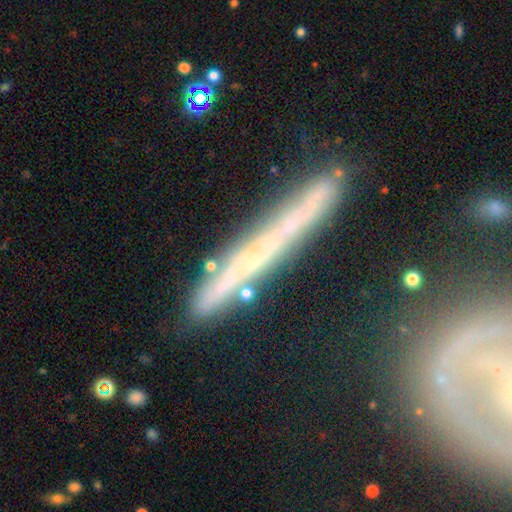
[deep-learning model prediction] featured or disk 71%, smooth 21%, star or artifact 8%. Down the decision tree: edge-on disk — yes (87%); edge-on bulge — none (73%); merging — none (76%).